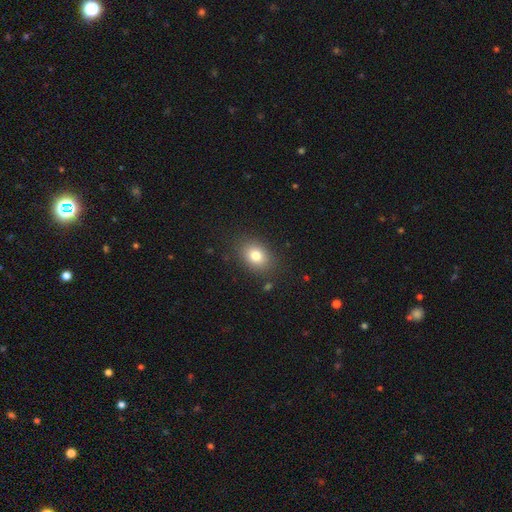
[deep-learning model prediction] Smooth or featured? smooth (80%)
How rounded? in between (67%)
Merging? none (84%)